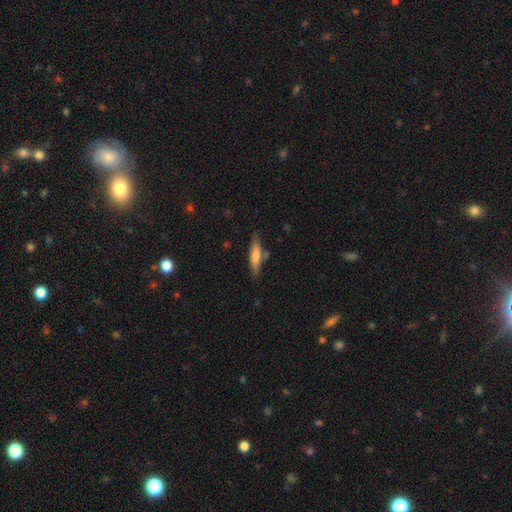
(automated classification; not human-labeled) Smooth or featured: smooth — 71% (featured or disk — 23%)
How rounded: cigar-shaped — 77% (in between — 22%)
Merging: none — 77% (minor disturbance — 14%)